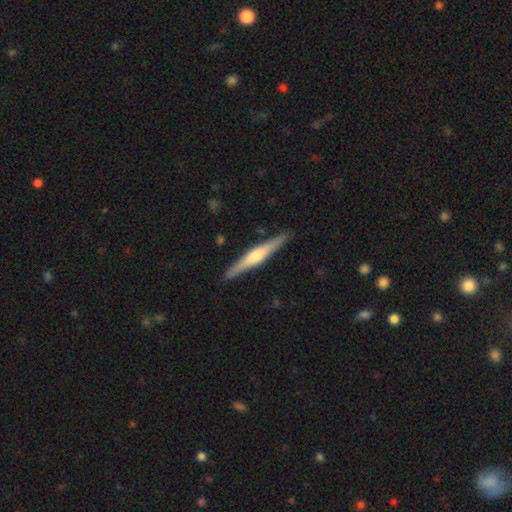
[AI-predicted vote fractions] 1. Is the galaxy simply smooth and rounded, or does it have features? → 69% featured or disk, 26% smooth, 5% star or artifact.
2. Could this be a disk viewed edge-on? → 98% yes, 2% no.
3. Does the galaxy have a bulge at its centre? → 83% rounded, 10% boxy, 7% none.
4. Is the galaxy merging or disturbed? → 91% none, 7% minor disturbance, 1% major disturbance, 1% merger.